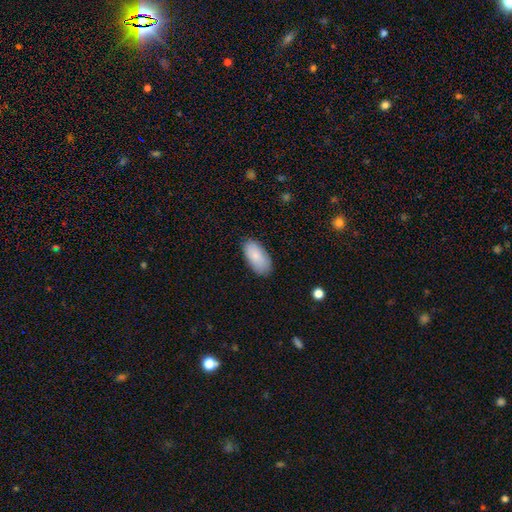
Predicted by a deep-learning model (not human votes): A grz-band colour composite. It shows a smooth galaxy with no disk features (85%) that is in between round and cigar-shaped (95%). Merging: none (83%).